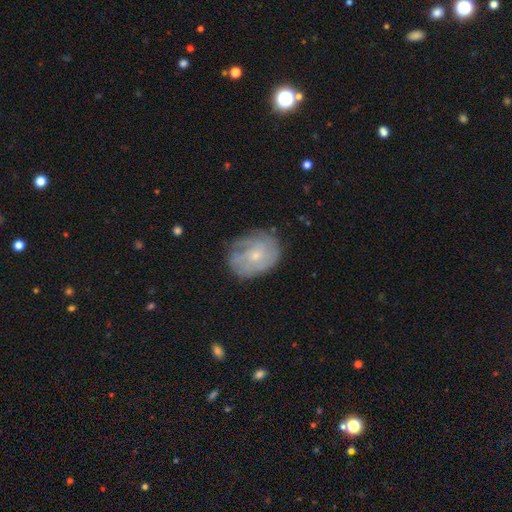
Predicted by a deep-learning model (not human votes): Smooth or featured: featured or disk — 61% (smooth — 31%)
Edge-on disk: no — 97% (yes — 3%)
Bar: no — 75% (weak — 22%)
Spiral arms: yes — 78% (no — 22%)
Bulge size: small — 66% (moderate — 29%)
Merging: none — 68% (minor disturbance — 22%)